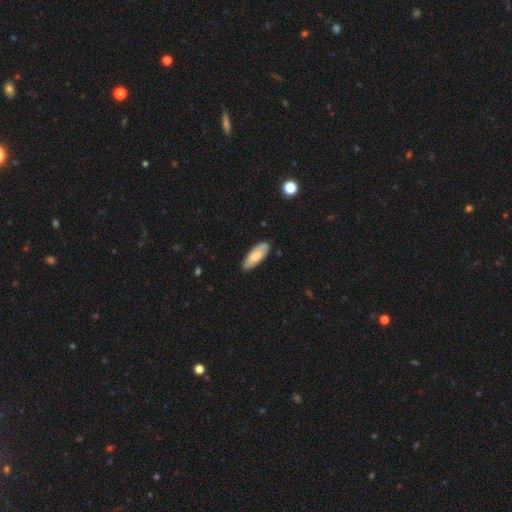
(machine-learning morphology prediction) The model was most divided on "how rounded": in between: 69%, cigar-shaped: 30%, round: 2%. More confident: merging — none (79%); smooth or featured — smooth (74%).